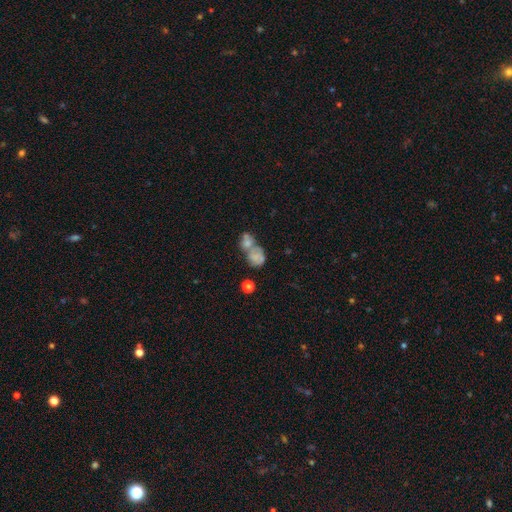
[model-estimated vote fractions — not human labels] Smooth or featured?
  - smooth: 58% *
  - featured or disk: 30%
  - star or artifact: 13%
How rounded?
  - in between: 60% *
  - round: 38%
  - cigar-shaped: 2%
Merging?
  - merger: 65% *
  - none: 17%
  - major disturbance: 10%
  - minor disturbance: 9%